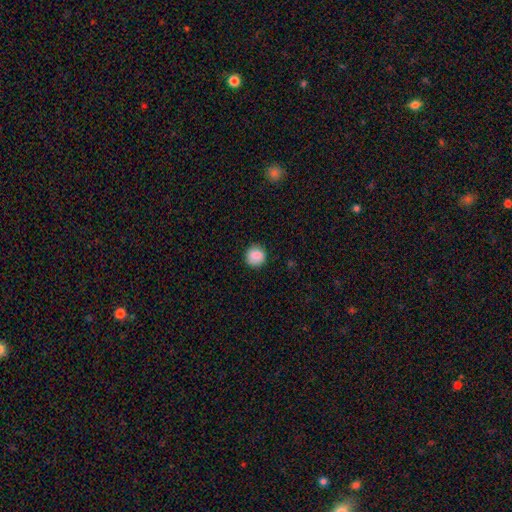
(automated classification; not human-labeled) A smooth galaxy with no disk features (86%) that is round (89%). Merging: none (86%).